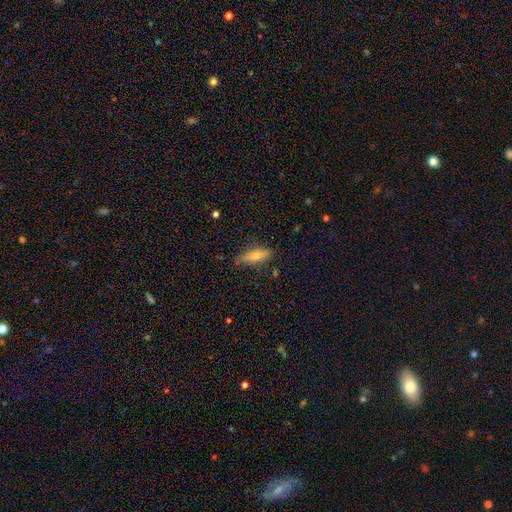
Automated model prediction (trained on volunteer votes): Smooth or featured?
  - smooth: 65% *
  - featured or disk: 24%
  - star or artifact: 11%
How rounded?
  - in between: 58% *
  - cigar-shaped: 39%
  - round: 3%
Merging?
  - none: 79% *
  - minor disturbance: 16%
  - major disturbance: 4%
  - merger: 2%